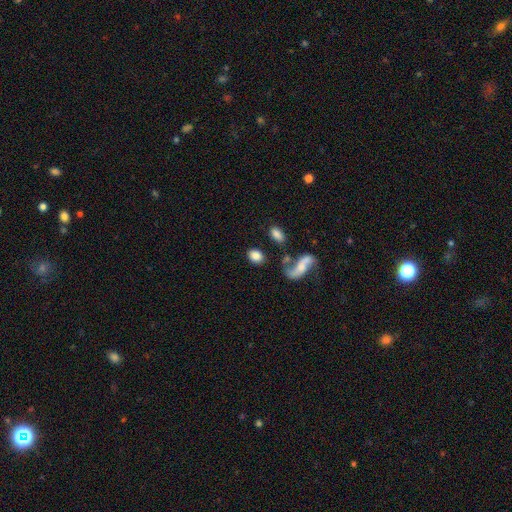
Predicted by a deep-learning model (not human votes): smooth_or_featured: smooth (p=0.80) [alt: featured or disk p=0.13]
how_rounded: in between (p=0.74) [alt: round p=0.23]
merging: none (p=0.70) [alt: minor disturbance p=0.13]